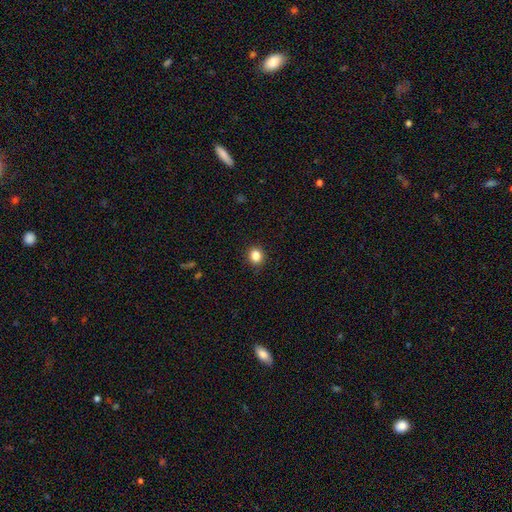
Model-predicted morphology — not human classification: Smooth or featured? smooth (84%)
How rounded? round (82%)
Merging? none (90%)